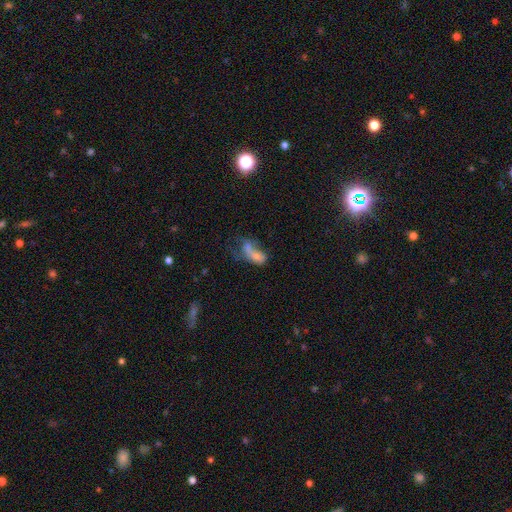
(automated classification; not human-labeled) Q: Smooth or featured?
A: smooth (56%); runner-up: featured or disk (33%)
Q: How rounded?
A: in between (82%); runner-up: cigar-shaped (10%)
Q: Merging?
A: major disturbance (33%); runner-up: merger (32%)